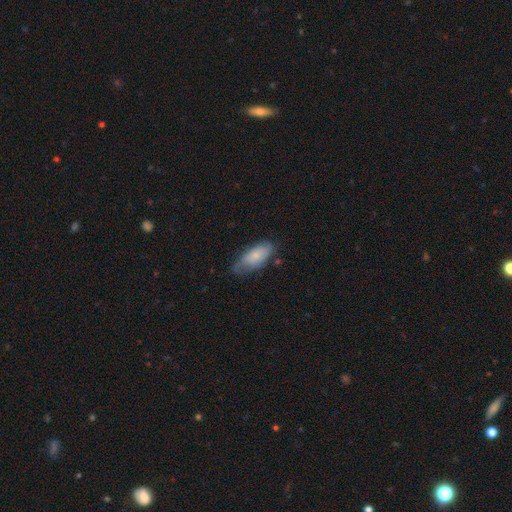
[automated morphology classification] This is likely a smooth galaxy (71%). How rounded: clearly in between (86%). Merging: possibly none (56%).